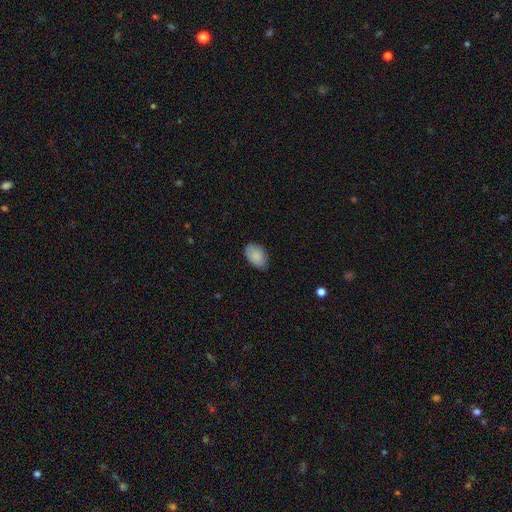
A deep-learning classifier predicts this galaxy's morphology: smooth 88%, star or artifact 6%, featured or disk 6%. Down the decision tree: how rounded — in between (90%); merging — none (80%).